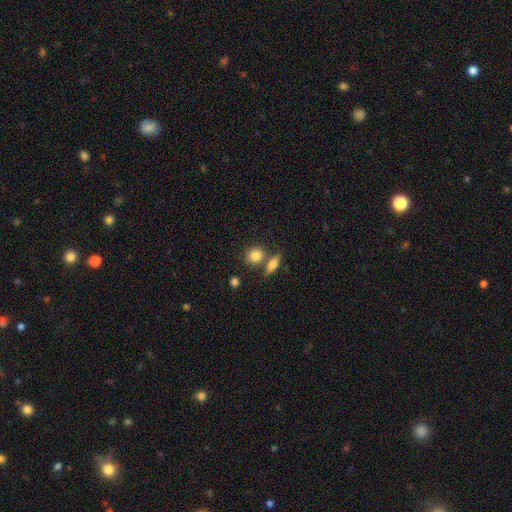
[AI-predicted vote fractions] Smooth or featured? Predicted: smooth (p=0.82). How rounded? Predicted: round (p=0.70). Merging? Predicted: none (p=0.61).